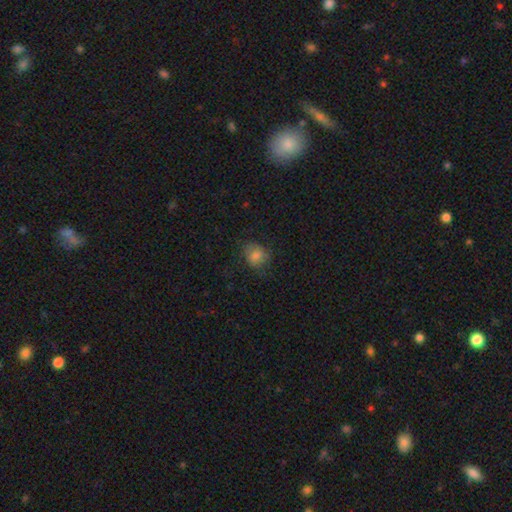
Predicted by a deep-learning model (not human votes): smooth-or-featured: smooth: 80% | star or artifact: 10% | featured or disk: 10%
  how-rounded: round: 66% | in between: 34% | cigar-shaped: 1%
  merging: none: 71% | minor disturbance: 20% | major disturbance: 8% | merger: 1%